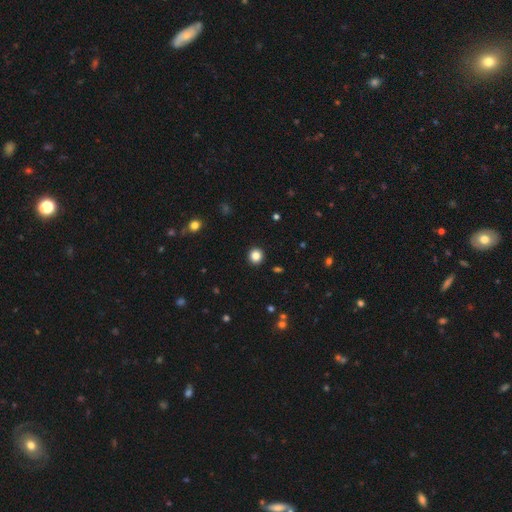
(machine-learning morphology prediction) smooth 84%, star or artifact 11%, featured or disk 4%. Down the decision tree: how rounded — round (93%); merging — none (93%).